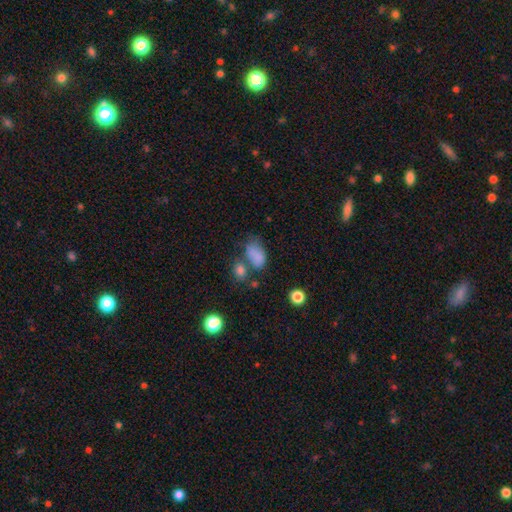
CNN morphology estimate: A smooth galaxy with no disk features (76%) that is in between round and cigar-shaped (88%).

Vote fractions:
- Smooth or featured? smooth: 76% / featured or disk: 12% / star or artifact: 12%
- How rounded? in between: 88% / round: 10% / cigar-shaped: 2%
- Merging? none: 32% / merger: 29% / minor disturbance: 22% / major disturbance: 18%